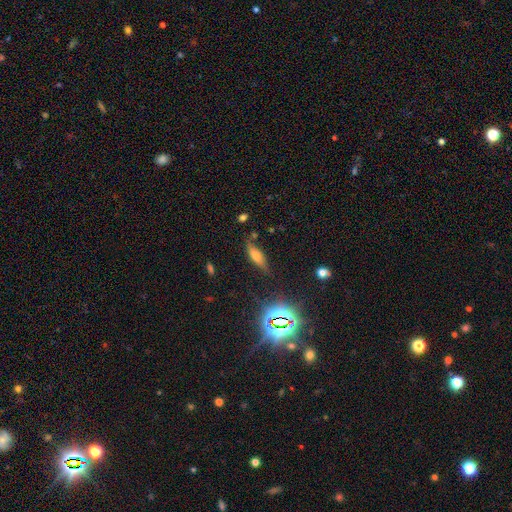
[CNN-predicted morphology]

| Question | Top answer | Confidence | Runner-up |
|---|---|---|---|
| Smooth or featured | smooth | 54% | featured or disk (24%) |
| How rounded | in between | 49% | cigar-shaped (47%) |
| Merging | none | 75% | minor disturbance (17%) |